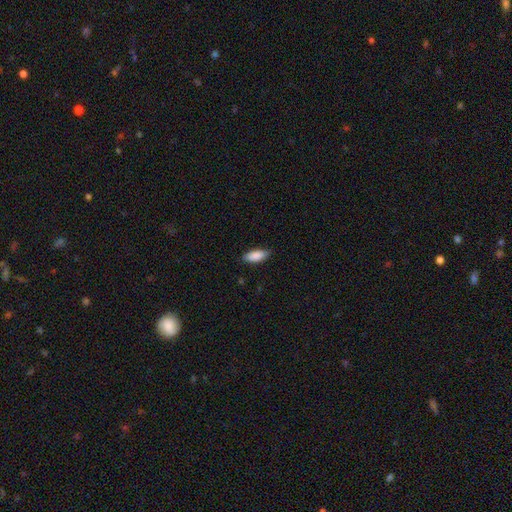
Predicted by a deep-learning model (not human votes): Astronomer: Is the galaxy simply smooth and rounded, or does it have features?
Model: smooth — 89%.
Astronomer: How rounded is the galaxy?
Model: in between — 82%.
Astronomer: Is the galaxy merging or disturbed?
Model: none — 83%.